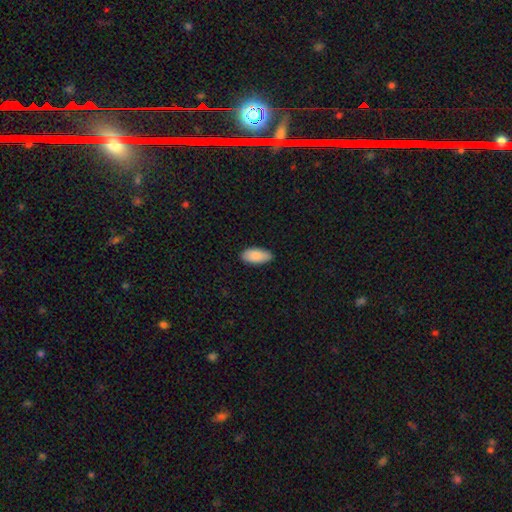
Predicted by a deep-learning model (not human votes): A smooth galaxy with no disk features (89%) that is in between round and cigar-shaped (92%). Merging: none (86%).